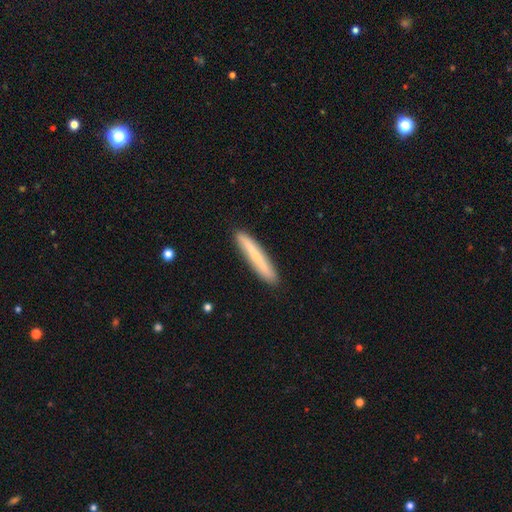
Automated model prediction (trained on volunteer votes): The model was most divided on "smooth or featured": smooth: 55%, featured or disk: 39%, star or artifact: 6%. More confident: how rounded — cigar-shaped (94%); merging — none (89%).